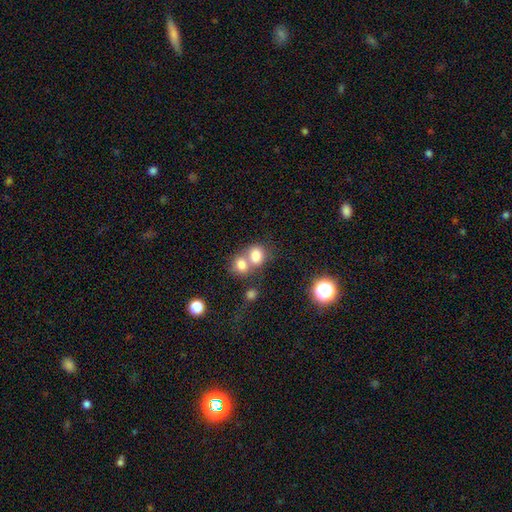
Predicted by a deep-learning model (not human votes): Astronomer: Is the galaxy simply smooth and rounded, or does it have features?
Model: smooth — 78%.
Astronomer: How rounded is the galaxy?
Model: round — 56% (runner-up: in between, 42%).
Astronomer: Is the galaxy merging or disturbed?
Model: merger — 56% (runner-up: none, 32%).